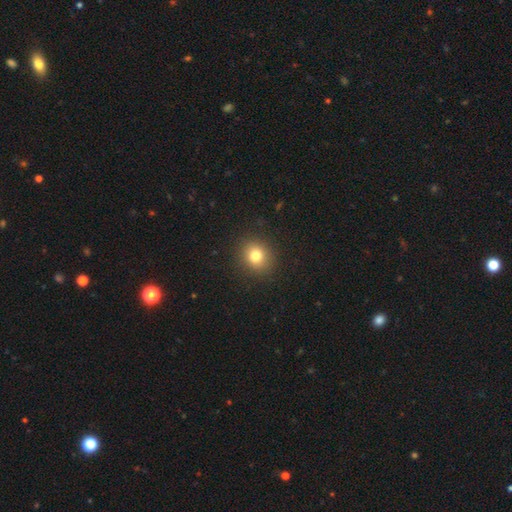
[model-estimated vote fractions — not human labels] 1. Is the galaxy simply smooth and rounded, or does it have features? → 79% smooth, 13% star or artifact, 8% featured or disk.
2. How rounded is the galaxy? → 77% round, 22% in between, 1% cigar-shaped.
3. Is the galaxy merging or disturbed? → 89% none, 7% minor disturbance, 3% major disturbance, 1% merger.